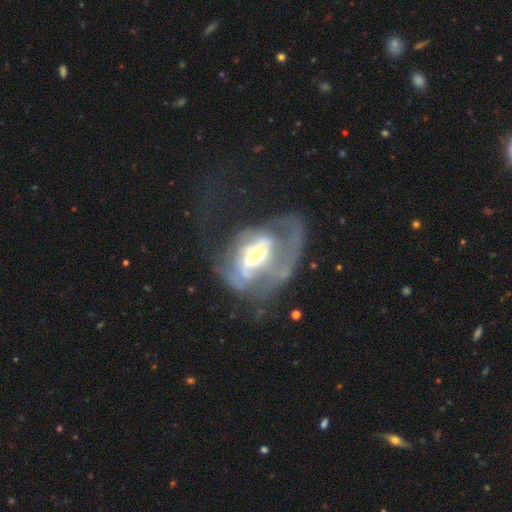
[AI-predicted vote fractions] Overall: featured or disk (78%). Edge-on disk: no (96%). Bar: weak (43%; no 28%). Spiral arms: yes (76%). Spiral arm count: can't tell (31%; 2 29%). Spiral winding: medium (40%; tight 35%). Bulge size: moderate (58%; large 23%). Merging: major disturbance (52%; none 26%).